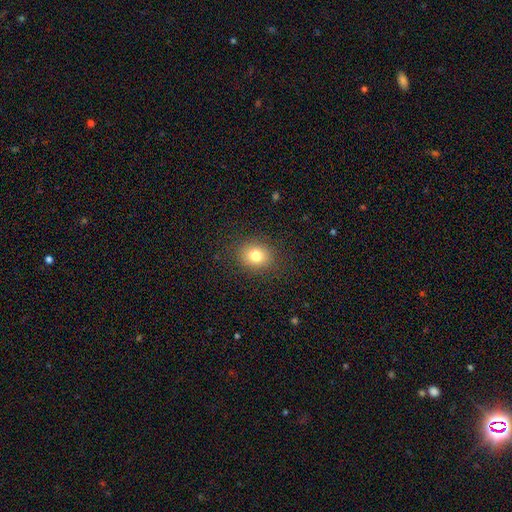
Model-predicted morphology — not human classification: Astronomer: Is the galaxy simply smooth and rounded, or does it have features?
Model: smooth — 80%.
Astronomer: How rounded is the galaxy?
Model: round — 66%.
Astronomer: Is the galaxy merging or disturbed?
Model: none — 88%.